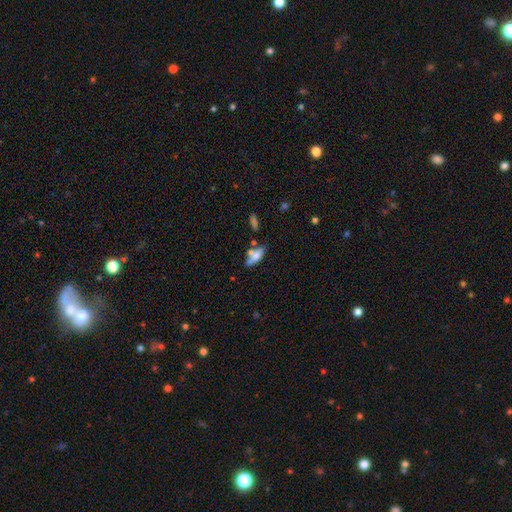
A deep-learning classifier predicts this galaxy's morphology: Overall: smooth (62%; featured or disk 30%). How rounded: in between (68%; cigar-shaped 29%). Merging: none (49%; merger 25%).